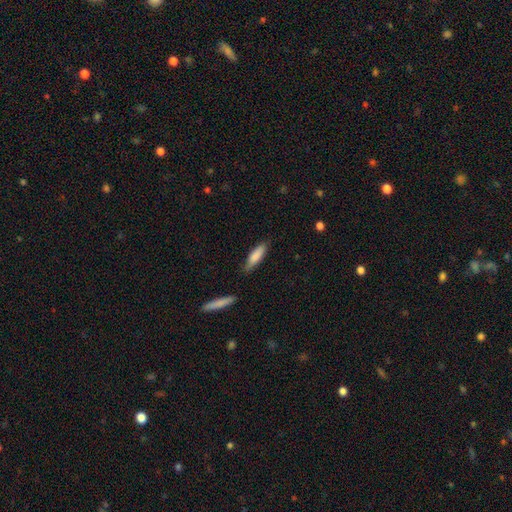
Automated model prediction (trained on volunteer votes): Overall: smooth (83%). How rounded: cigar-shaped (59%; in between 39%). Merging: none (76%).